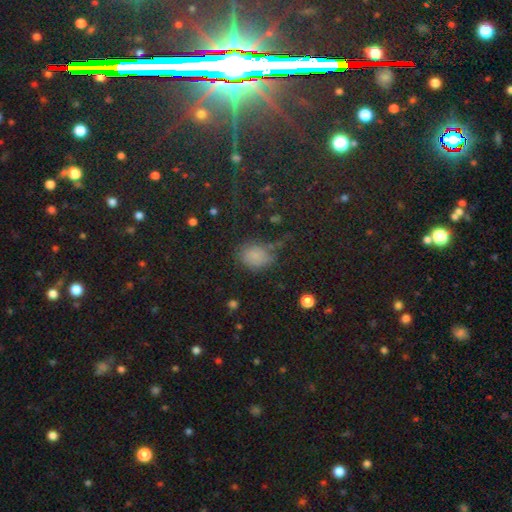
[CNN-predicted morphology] smooth 68%, star or artifact 23%, featured or disk 9%. Down the decision tree: how rounded — in between (50%); merging — none (63%).